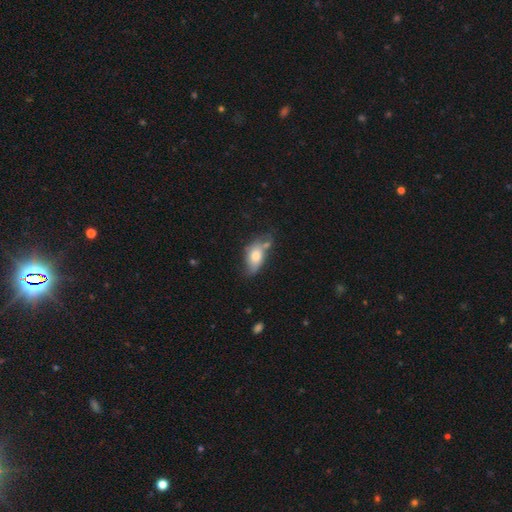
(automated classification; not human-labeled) This appears to be a smooth galaxy with no disk features (70%) that is in between round and cigar-shaped (87%). Merging: none (43%).